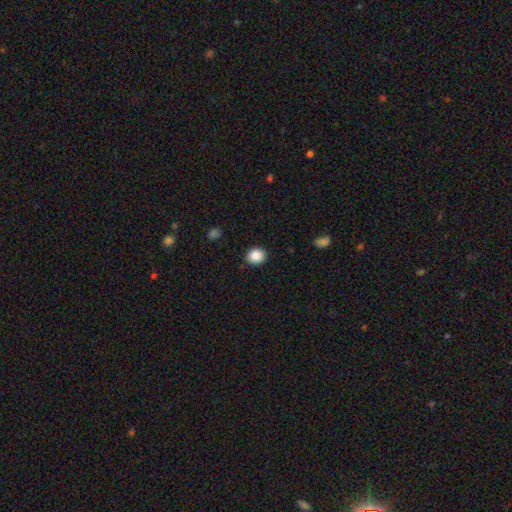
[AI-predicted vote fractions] A smooth galaxy with no disk features (87%) that is round (75%).

Vote fractions:
- Smooth or featured? smooth: 87% / star or artifact: 9% / featured or disk: 4%
- How rounded? round: 75% / in between: 24% / cigar-shaped: 1%
- Merging? none: 90% / minor disturbance: 7% / major disturbance: 2% / merger: 1%